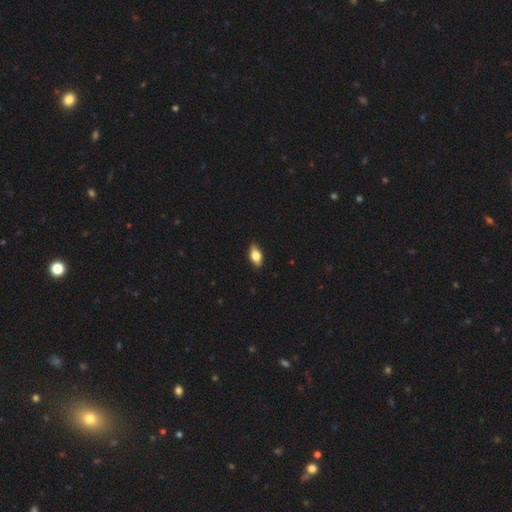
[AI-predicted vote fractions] smooth-or-featured: smooth: 76% | featured or disk: 17% | star or artifact: 7%
  how-rounded: in between: 87% | cigar-shaped: 8% | round: 5%
  merging: none: 88% | minor disturbance: 9% | major disturbance: 2% | merger: 1%